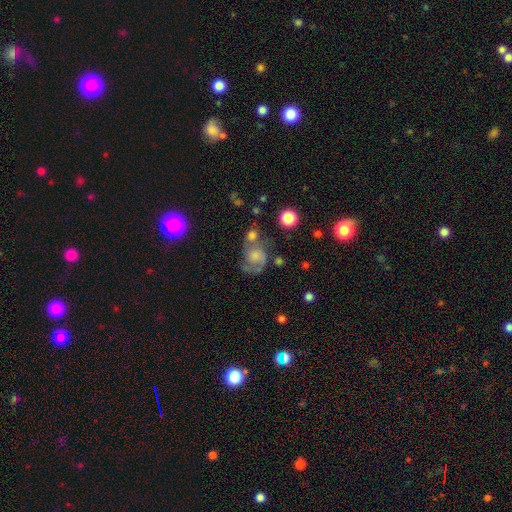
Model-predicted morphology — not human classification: A featured or disk galaxy (51%). Merging: none (36%).